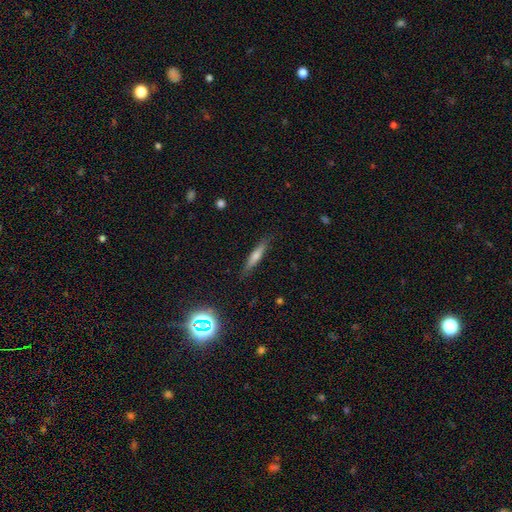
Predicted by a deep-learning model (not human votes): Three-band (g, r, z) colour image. It shows a smooth galaxy with no disk features (48%). Merging: none (87%).